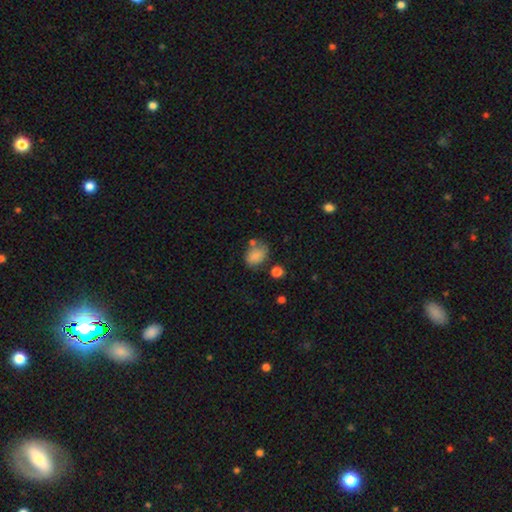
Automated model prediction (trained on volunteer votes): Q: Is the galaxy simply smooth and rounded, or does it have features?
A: smooth — 81%.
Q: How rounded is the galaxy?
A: in between — 66%.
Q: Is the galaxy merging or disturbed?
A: none — 52%.